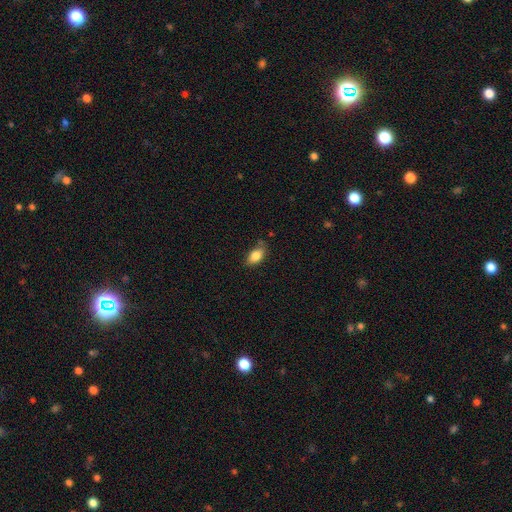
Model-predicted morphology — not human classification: Smooth or featured? smooth (84%)
How rounded? in between (89%)
Merging? none (70%)